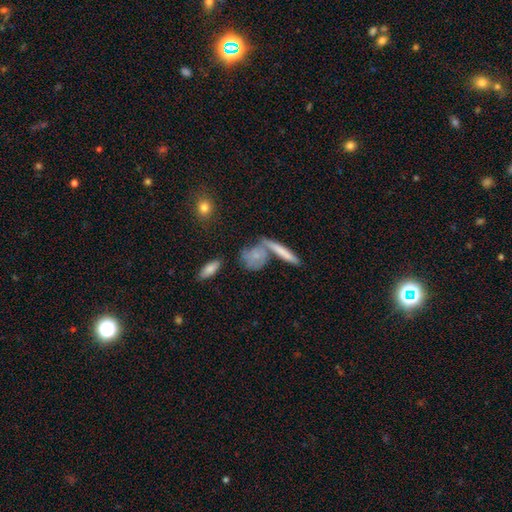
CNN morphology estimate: This appears to be a smooth galaxy with no disk features (55%) that is in between round and cigar-shaped (46%). Merging: none (44%).